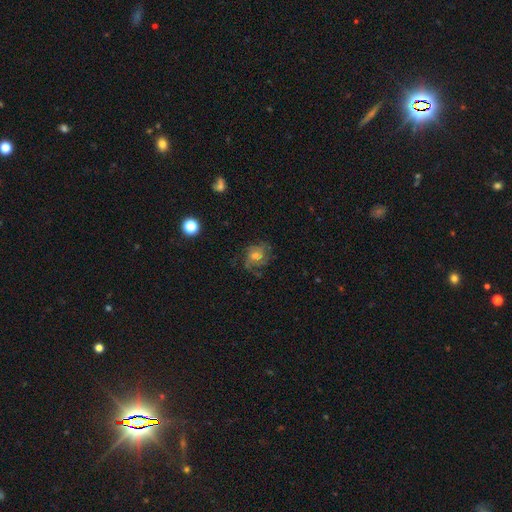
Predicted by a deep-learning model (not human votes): smooth-or-featured: featured or disk: 74% | smooth: 16% | star or artifact: 10%
  disk-edge-on: no: 98% | yes: 2%
    bar: no: 67% | weak: 28% | strong: 5%
    has-spiral-arms: yes: 93% | no: 7%
      spiral-winding: tight: 44% | medium: 43% | loose: 13%
      spiral-arm-count: 3: 34% | can't tell: 25% | 2: 16% | 4: 14% | 1: 6% | more than 4: 6%
    bulge-size: moderate: 58% | small: 34% | large: 5% | none: 2% | dominant: 1%
  merging: none: 68% | minor disturbance: 19% | major disturbance: 12% | merger: 1%